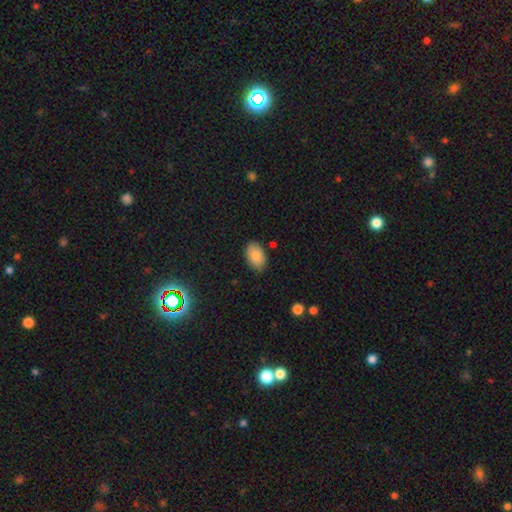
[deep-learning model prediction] Overall: smooth (85%). How rounded: in between (91%). Merging: none (85%).